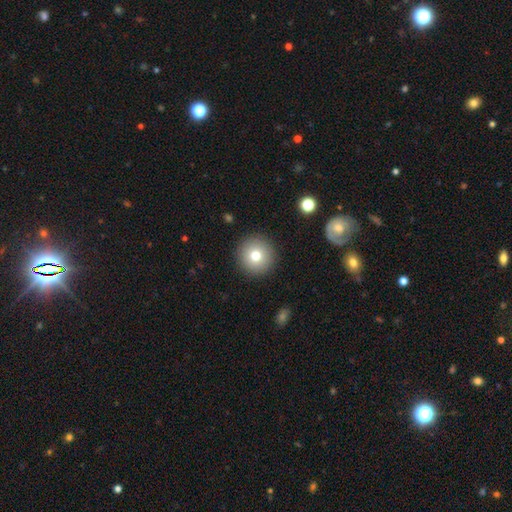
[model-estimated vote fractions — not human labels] smooth-or-featured: smooth: 76% | featured or disk: 13% | star or artifact: 11%
  how-rounded: round: 96% | in between: 3% | cigar-shaped: 1%
  merging: none: 92% | minor disturbance: 5% | major disturbance: 2% | merger: 1%